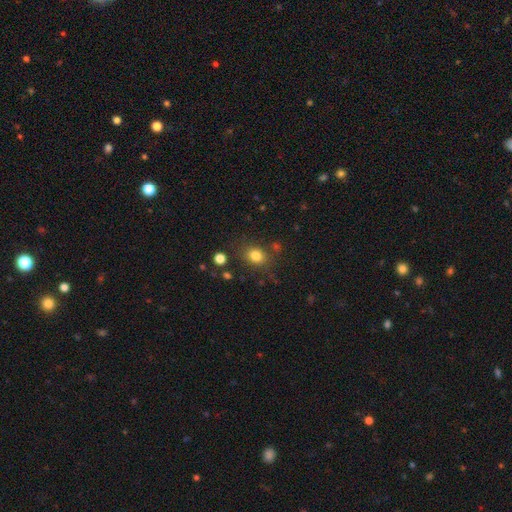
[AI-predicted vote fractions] Overall: smooth (81%). How rounded: round (56%; in between 43%). Merging: none (78%).